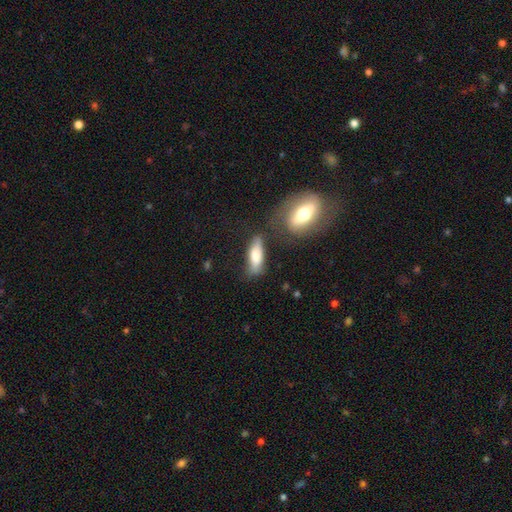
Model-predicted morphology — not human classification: smooth-or-featured: smooth: 73% | featured or disk: 20% | star or artifact: 7%
  how-rounded: in between: 56% | cigar-shaped: 42% | round: 3%
  merging: none: 59% | minor disturbance: 20% | merger: 13% | major disturbance: 8%